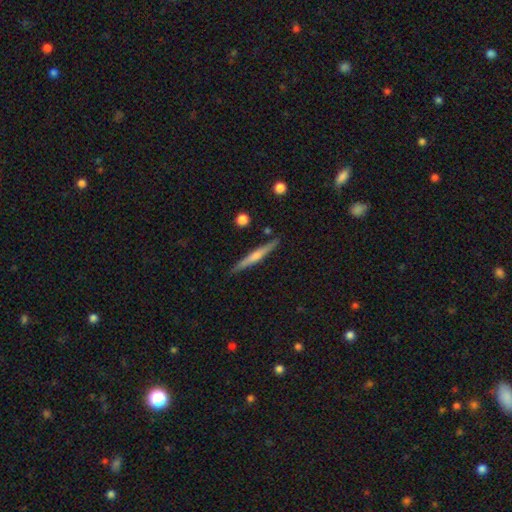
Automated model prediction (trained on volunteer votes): Smooth or featured? featured or disk (57%)
Edge-on disk? yes (97%)
Edge-on bulge? rounded (66%)
Merging? none (89%)